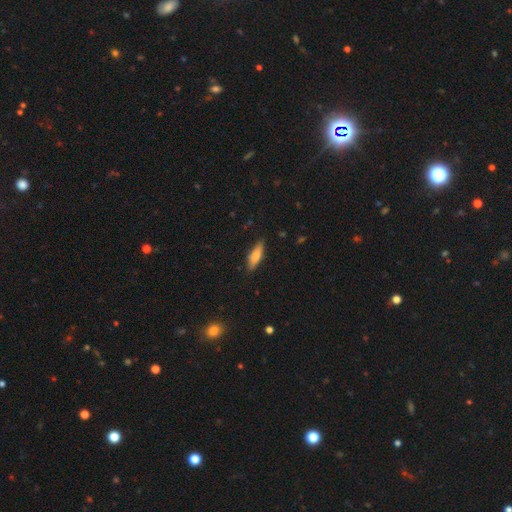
A smooth galaxy with no disk features (79%) that is in between round and cigar-shaped (48%, tied with cigar-shaped).

Vote fractions:
- Smooth or featured? smooth: 79% / featured or disk: 15% / star or artifact: 5%
- How rounded? in between: 48% (tied) / cigar-shaped: 48% (tied) / round: 3%
- Merging? none: 84% / minor disturbance: 16% / major disturbance: 0% / merger: 0%